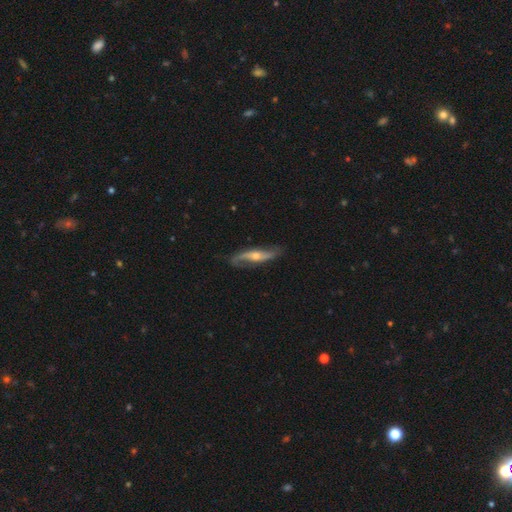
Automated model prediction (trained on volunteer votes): smooth-or-featured: featured or disk: 81% | smooth: 13% | star or artifact: 5%
  disk-edge-on: no: 71% | yes: 29%
    bar: no: 52% | weak: 29% | strong: 19%
    has-spiral-arms: yes: 93% | no: 7%
      spiral-winding: loose: 74% | medium: 19% | tight: 7%
      spiral-arm-count: 2: 90% | can't tell: 4% | 1: 4% | 3: 1% | 4: 1% | more than 4: 1%
    bulge-size: moderate: 58% | small: 36% | large: 4% | none: 2% | dominant: 1%
  merging: none: 75% | minor disturbance: 17% | major disturbance: 6% | merger: 2%